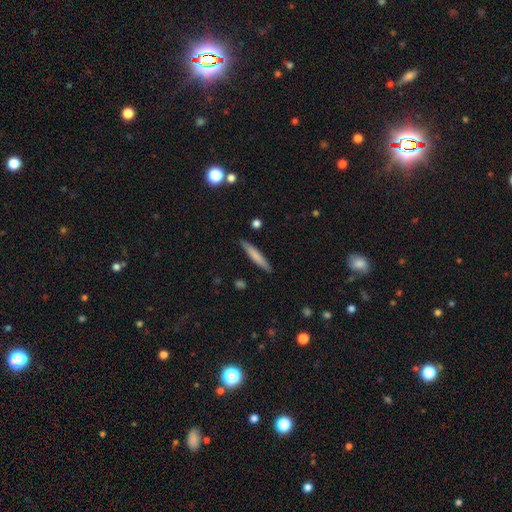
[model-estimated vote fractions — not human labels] Q: Smooth or featured?
A: smooth (71%); runner-up: featured or disk (23%)
Q: How rounded?
A: cigar-shaped (94%); runner-up: in between (5%)
Q: Merging?
A: none (89%); runner-up: minor disturbance (8%)